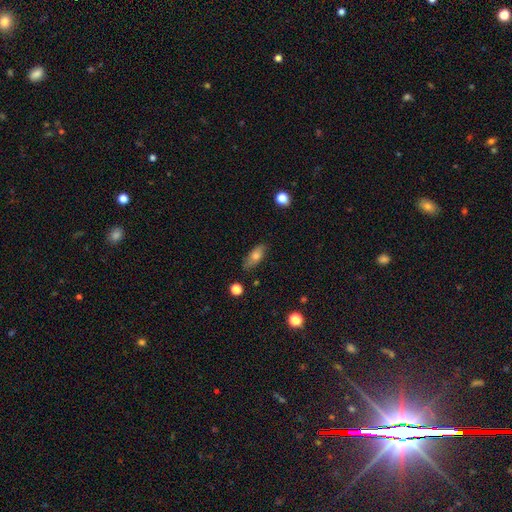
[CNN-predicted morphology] Overall: smooth (69%). How rounded: in between (75%). Merging: none (80%).